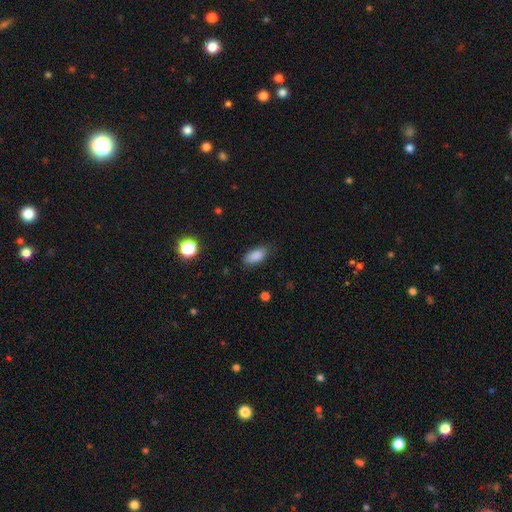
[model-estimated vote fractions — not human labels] A smooth galaxy with no disk features (87%) that is in between round and cigar-shaped (87%). Merging: none (82%).